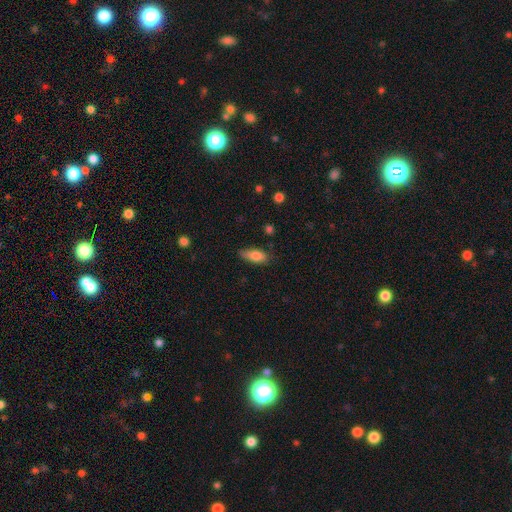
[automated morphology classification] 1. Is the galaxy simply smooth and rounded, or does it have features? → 81% smooth, 12% featured or disk, 7% star or artifact.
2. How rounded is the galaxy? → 77% in between, 20% cigar-shaped, 3% round.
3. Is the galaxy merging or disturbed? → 68% none, 26% minor disturbance, 5% major disturbance, 2% merger.